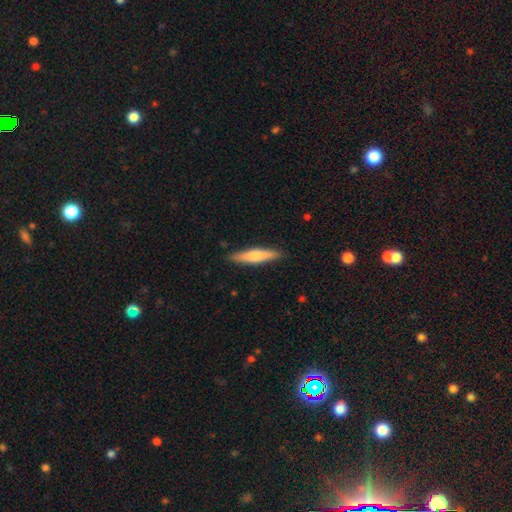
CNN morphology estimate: This appears to be a smooth galaxy with no disk features (67%) that is cigar-shaped (85%). Merging: none (89%).